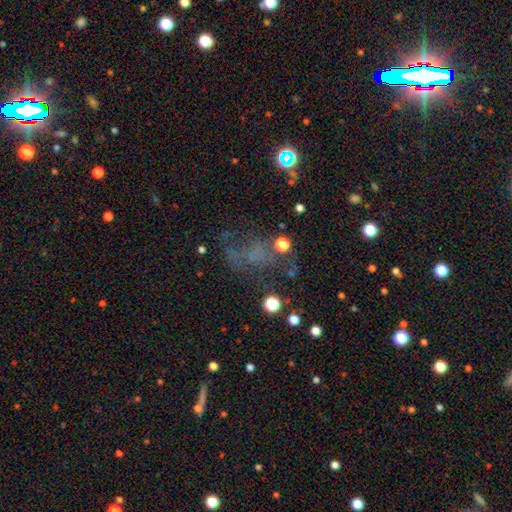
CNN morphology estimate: Smooth or featured: star or artifact — 43% (featured or disk — 29%)